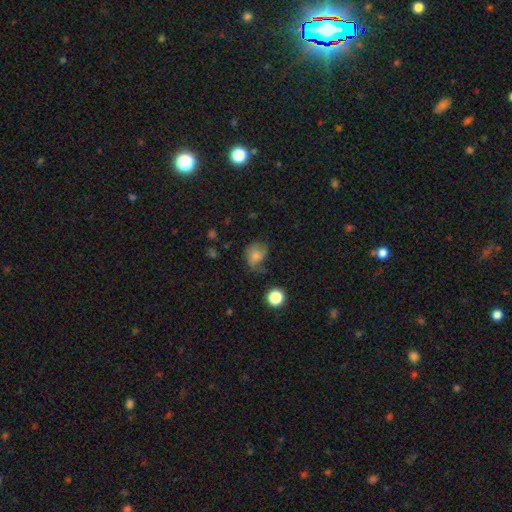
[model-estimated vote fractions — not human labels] Morphology: type=smooth (67%); roundness=round (55%); merging=none (38%).